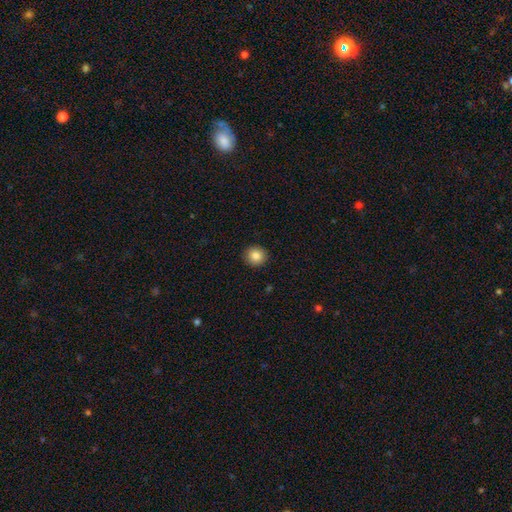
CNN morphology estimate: smooth_or_featured: smooth (p=0.85) [alt: star or artifact p=0.09]
how_rounded: round (p=0.92) [alt: in between p=0.07]
merging: none (p=0.92) [alt: minor disturbance p=0.05]